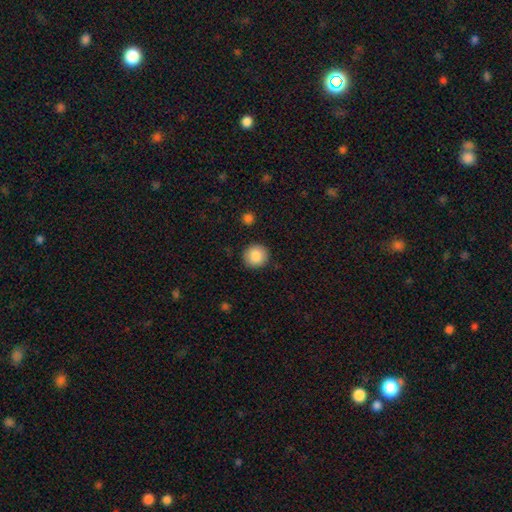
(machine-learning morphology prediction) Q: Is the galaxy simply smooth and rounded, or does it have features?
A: smooth — 87%.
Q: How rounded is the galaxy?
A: round — 92%.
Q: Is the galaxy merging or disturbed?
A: none — 91%.